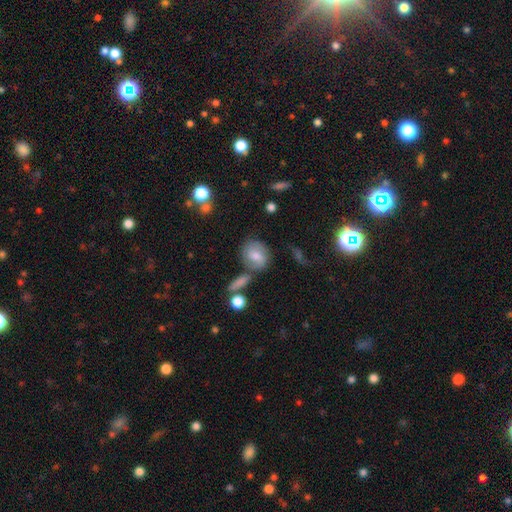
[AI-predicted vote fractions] Smooth or featured? Predicted: smooth (p=0.58). How rounded? Predicted: round (p=0.52). Merging? Predicted: none (p=0.65).